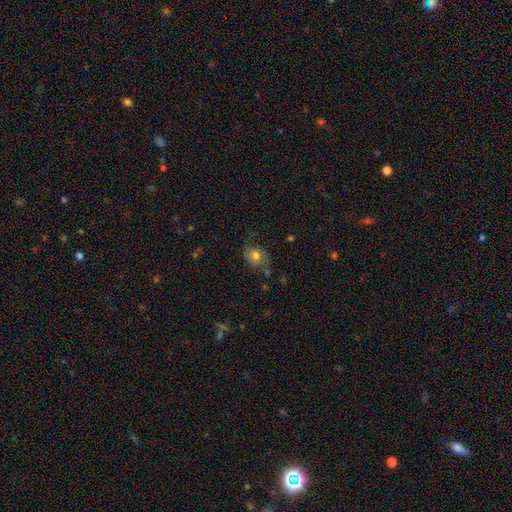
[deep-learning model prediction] Smooth or featured?
  - smooth: 51% *
  - featured or disk: 38%
  - star or artifact: 10%
How rounded?
  - round: 62% *
  - in between: 37%
  - cigar-shaped: 1%
Merging?
  - none: 59% *
  - minor disturbance: 24%
  - major disturbance: 15%
  - merger: 3%